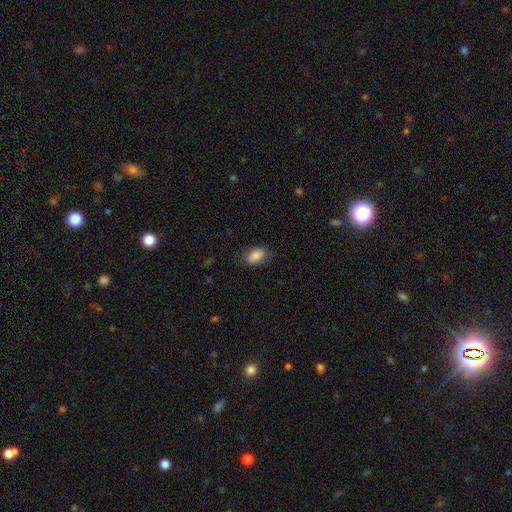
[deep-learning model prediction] A smooth galaxy with no disk features (87%) that is in between round and cigar-shaped (90%). Merging: none (78%).